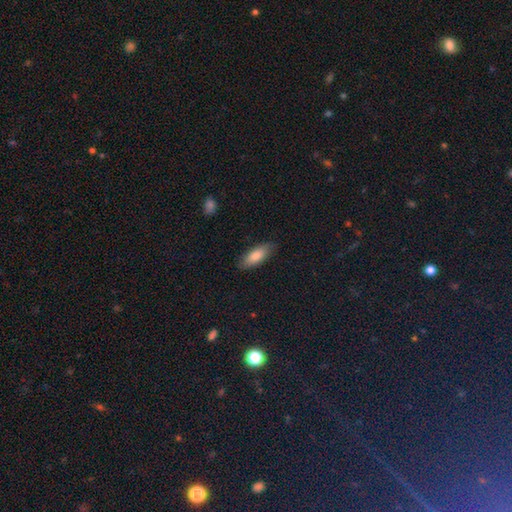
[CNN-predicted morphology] Smooth or featured? Predicted: smooth (p=0.81). How rounded? Predicted: in between (p=0.74). Merging? Predicted: none (p=0.83).